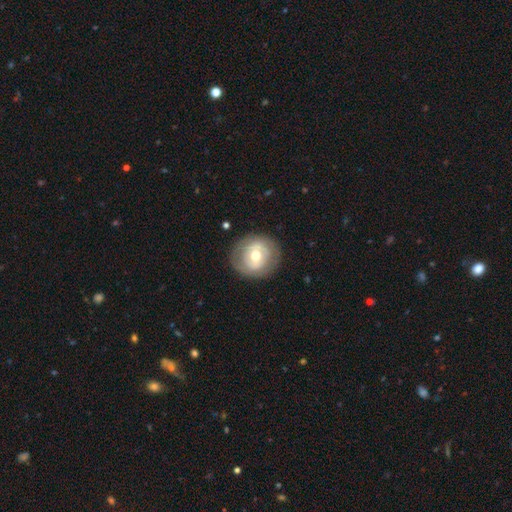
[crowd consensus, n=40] smooth-or-featured: smooth: 55% | featured or disk: 40% | star or artifact: 5%
  how-rounded: round: 91% | in between: 9% | cigar-shaped: 0%
  merging: none: 92% | minor disturbance: 8% | major disturbance: 0% | merger: 0%